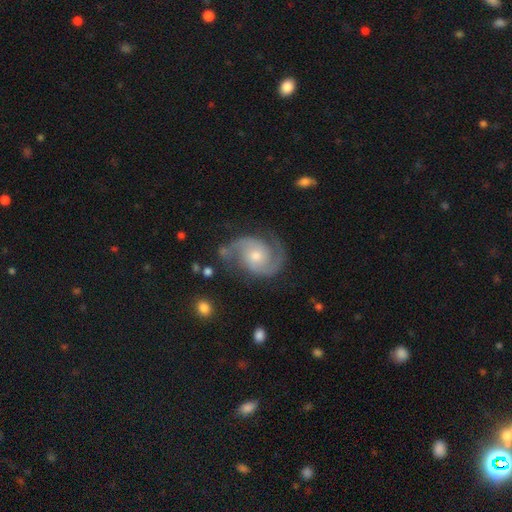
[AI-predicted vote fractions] Smooth or featured? Predicted: featured or disk (p=0.90). Edge-on disk? Predicted: no (p=0.98). Bar? Predicted: no (p=0.67). Spiral arms? Predicted: yes (p=0.98). Spiral winding? Predicted: medium (p=0.55). Spiral arm count? Predicted: 2 (p=0.92). Bulge size? Predicted: moderate (p=0.53). Merging? Predicted: none (p=0.76).